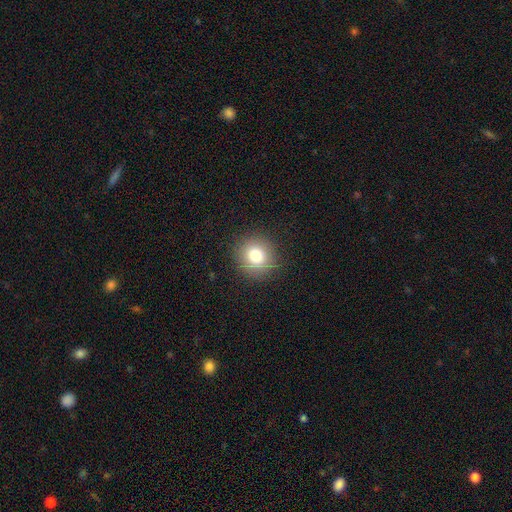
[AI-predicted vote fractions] This appears to be a smooth galaxy with no disk features (80%) that is round (90%). Merging: none (88%).